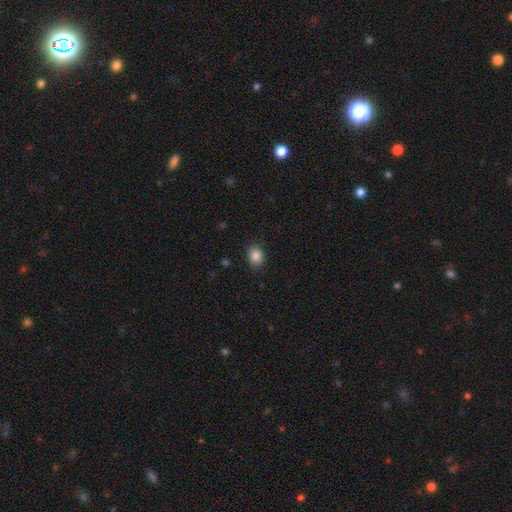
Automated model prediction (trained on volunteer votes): A smooth galaxy with no disk features (87%) that is in between round and cigar-shaped (50%). Merging: none (85%).